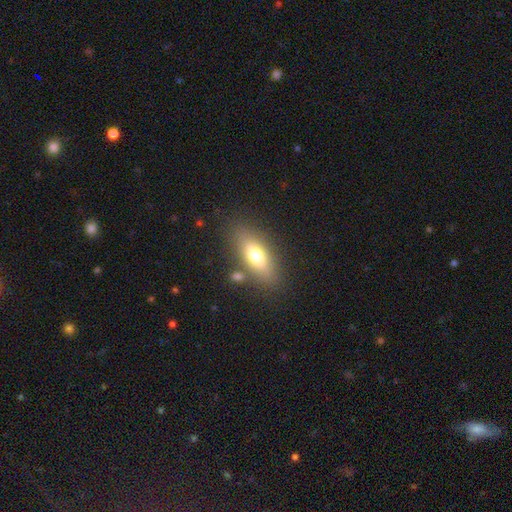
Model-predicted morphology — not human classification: Smooth or featured: smooth — 70% (featured or disk — 22%)
How rounded: in between — 75% (cigar-shaped — 21%)
Merging: none — 77% (minor disturbance — 12%)